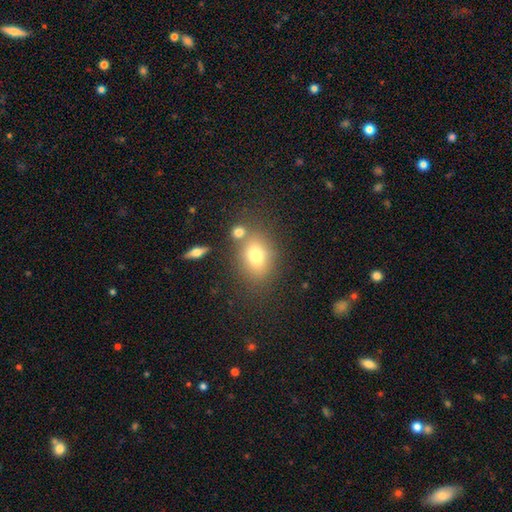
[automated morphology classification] smooth-or-featured: smooth: 73% | featured or disk: 15% | star or artifact: 13%
  how-rounded: in between: 71% | round: 27% | cigar-shaped: 2%
  merging: none: 68% | merger: 14% | minor disturbance: 13% | major disturbance: 5%